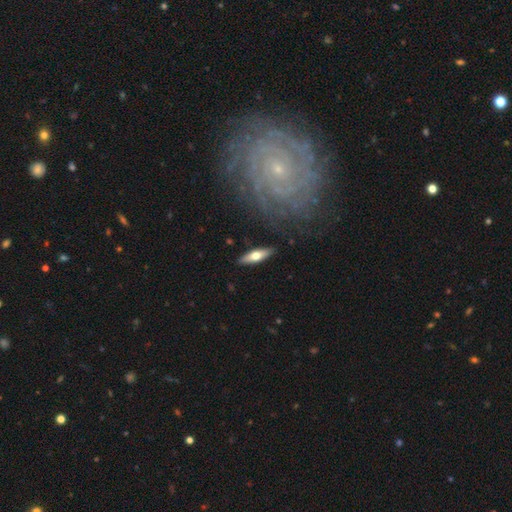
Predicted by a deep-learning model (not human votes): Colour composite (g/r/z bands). It shows a smooth galaxy with no disk features (57%) that is cigar-shaped (53%). Merging: none (88%).